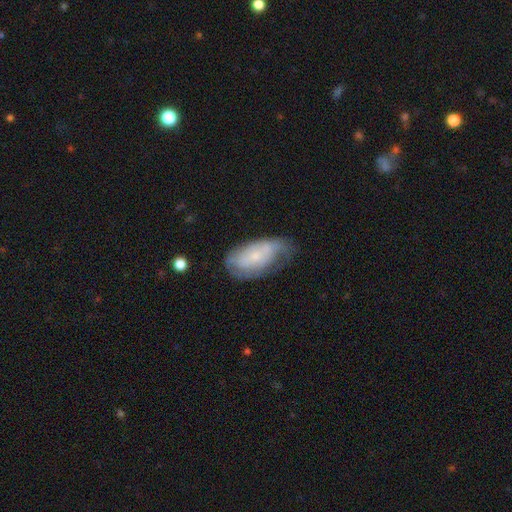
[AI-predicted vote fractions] Smooth or featured: featured or disk — 50% (smooth — 42%)
Edge-on disk: no — 93% (yes — 7%)
Merging: none — 44% (minor disturbance — 34%)